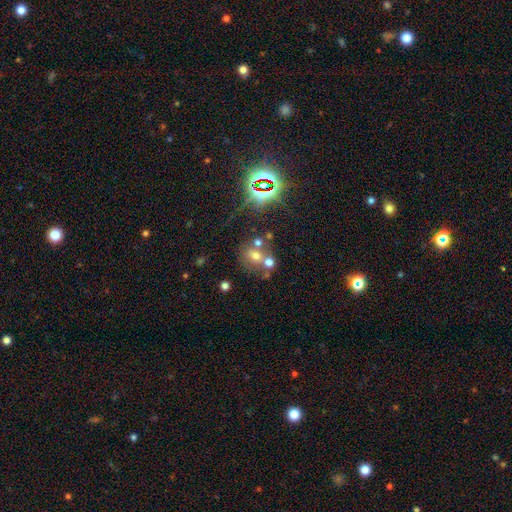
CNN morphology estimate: Smooth or featured: smooth — 52% (star or artifact — 28%)
How rounded: round — 65% (in between — 33%)
Merging: none — 45% (merger — 38%)